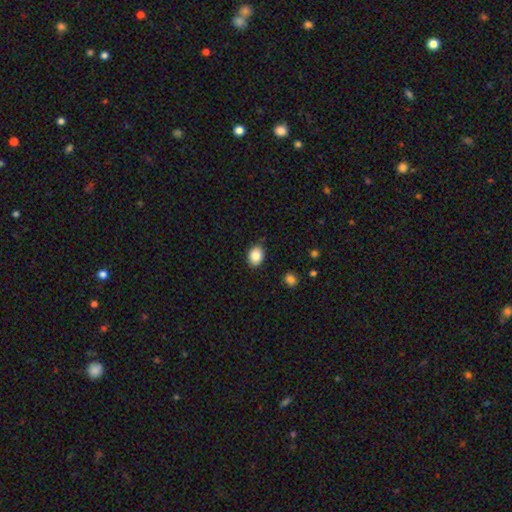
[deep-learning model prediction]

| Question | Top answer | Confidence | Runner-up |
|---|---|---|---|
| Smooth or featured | smooth | 86% | star or artifact (8%) |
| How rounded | in between | 66% | round (33%) |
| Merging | none | 86% | minor disturbance (10%) |